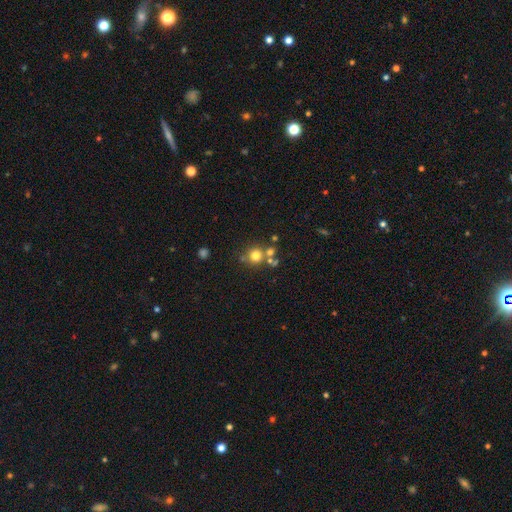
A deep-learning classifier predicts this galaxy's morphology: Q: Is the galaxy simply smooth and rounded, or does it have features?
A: smooth — 73%.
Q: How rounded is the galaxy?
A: round — 91%.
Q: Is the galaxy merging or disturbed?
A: none — 65%.